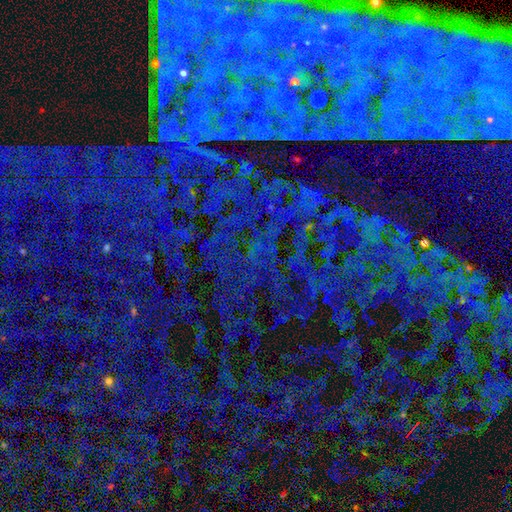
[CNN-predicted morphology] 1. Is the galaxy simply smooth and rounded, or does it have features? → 82% star or artifact, 10% smooth, 8% featured or disk.